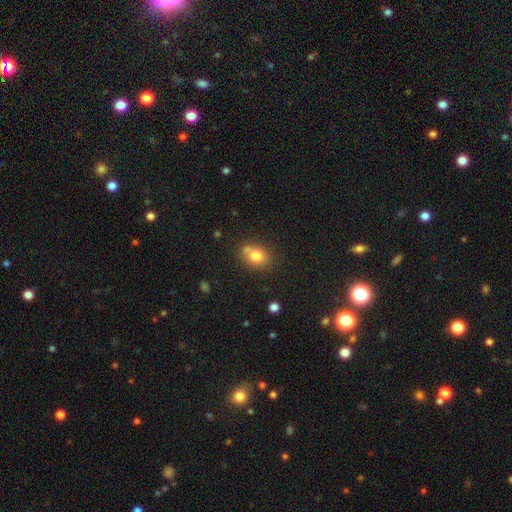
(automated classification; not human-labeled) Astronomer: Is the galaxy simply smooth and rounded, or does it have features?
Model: smooth — 77%.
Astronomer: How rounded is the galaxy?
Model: round — 56% (runner-up: in between, 44%).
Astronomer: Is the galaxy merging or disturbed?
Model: none — 57%.